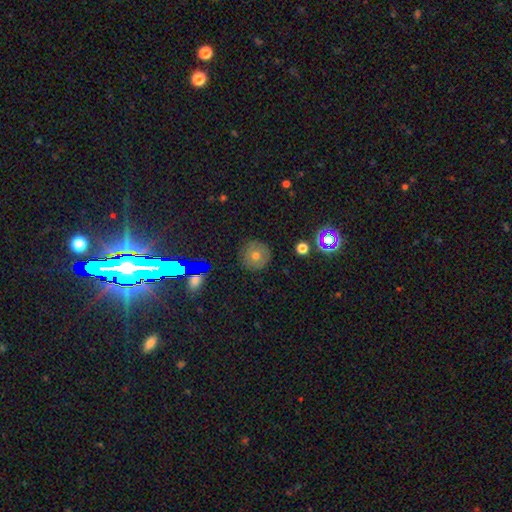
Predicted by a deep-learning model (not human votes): A smooth galaxy with no disk features (62%) that is round (94%).

Vote fractions:
- Smooth or featured? smooth: 62% / star or artifact: 20% / featured or disk: 18%
- How rounded? round: 94% / in between: 5% / cigar-shaped: 1%
- Merging? none: 88% / minor disturbance: 8% / major disturbance: 2% / merger: 1%